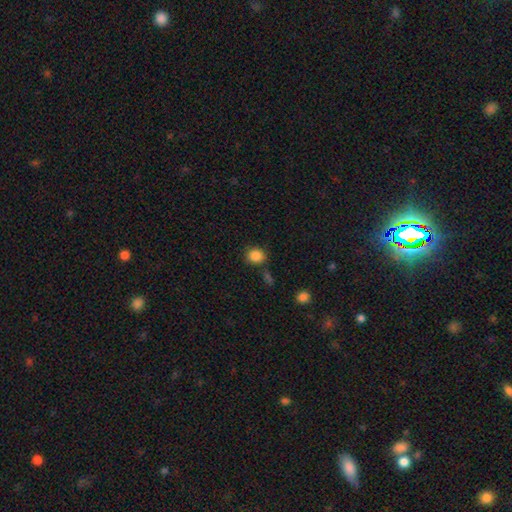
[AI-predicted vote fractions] Overall: smooth (86%). How rounded: round (81%). Merging: none (79%).